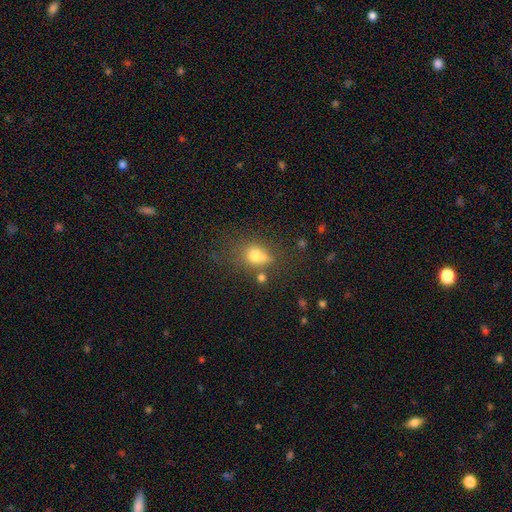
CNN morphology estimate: smooth 71%, star or artifact 15%, featured or disk 14%. Down the decision tree: how rounded — in between (51%); merging — none (48%).